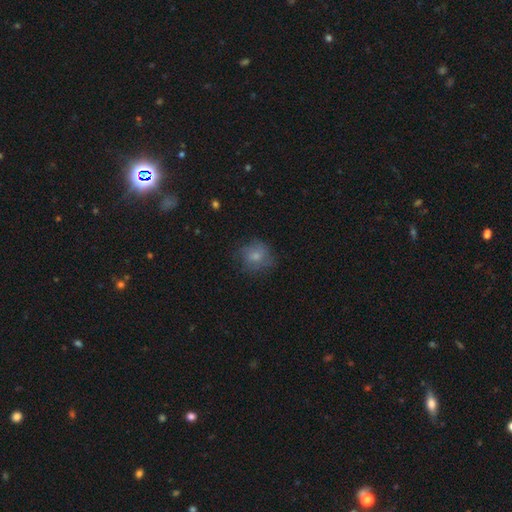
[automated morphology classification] A smooth galaxy with no disk features (73%) that is round (81%).

Vote fractions:
- Smooth or featured? smooth: 73% / featured or disk: 17% / star or artifact: 10%
- How rounded? round: 81% / in between: 18% / cigar-shaped: 1%
- Merging? none: 67% / minor disturbance: 21% / major disturbance: 10% / merger: 1%